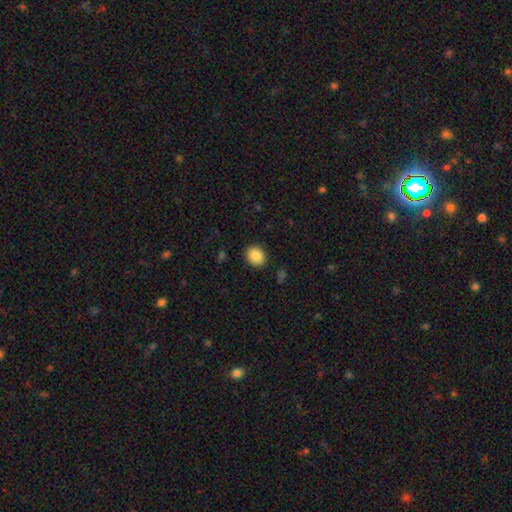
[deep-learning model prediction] Smooth or featured: smooth — 87% (star or artifact — 9%)
How rounded: round — 68% (in between — 31%)
Merging: none — 90% (minor disturbance — 7%)